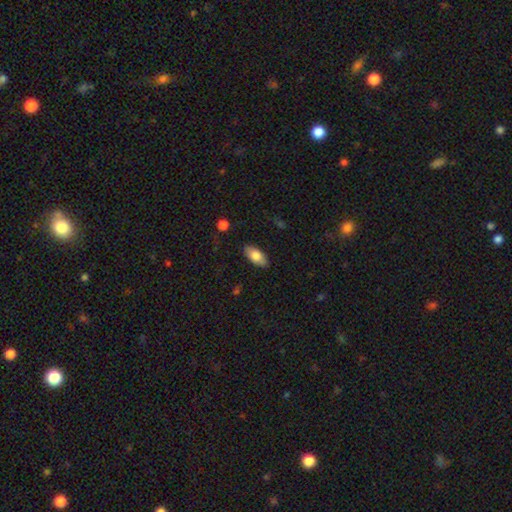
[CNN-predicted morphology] Smooth or featured: smooth — 77% (featured or disk — 17%)
How rounded: in between — 90% (cigar-shaped — 7%)
Merging: none — 86% (minor disturbance — 10%)